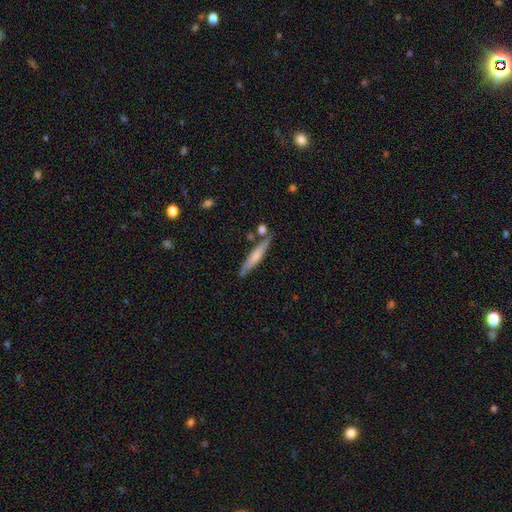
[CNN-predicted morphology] smooth-or-featured: smooth: 56% | featured or disk: 38% | star or artifact: 6%
  how-rounded: cigar-shaped: 92% | in between: 7% | round: 1%
  merging: none: 77% | minor disturbance: 13% | merger: 7% | major disturbance: 3%